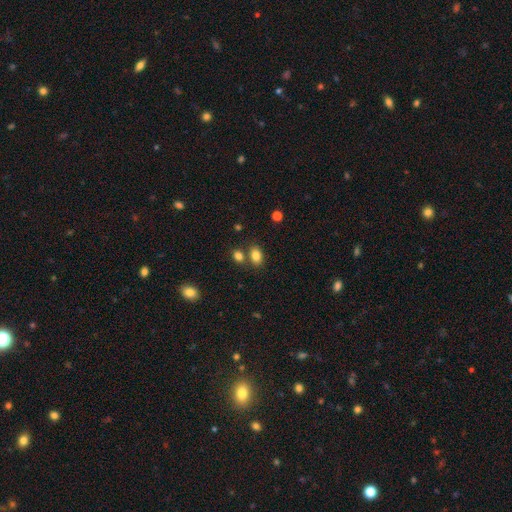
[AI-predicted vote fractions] Smooth or featured: smooth — 83% (star or artifact — 11%)
How rounded: in between — 77% (round — 22%)
Merging: none — 65% (merger — 21%)